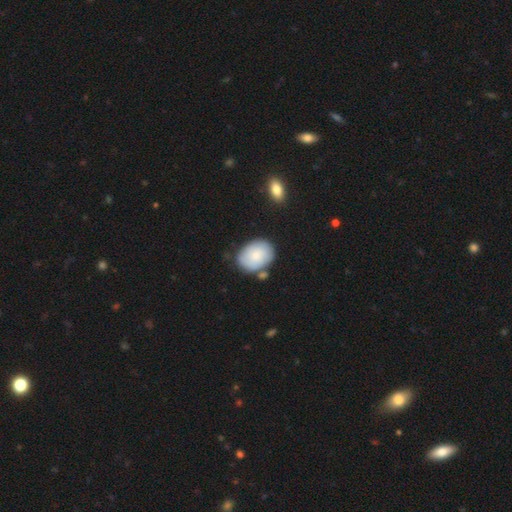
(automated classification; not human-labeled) The model was most divided on "how rounded": in between: 73%, round: 26%, cigar-shaped: 1%. More confident: smooth or featured — smooth (72%); merging — none (67%).